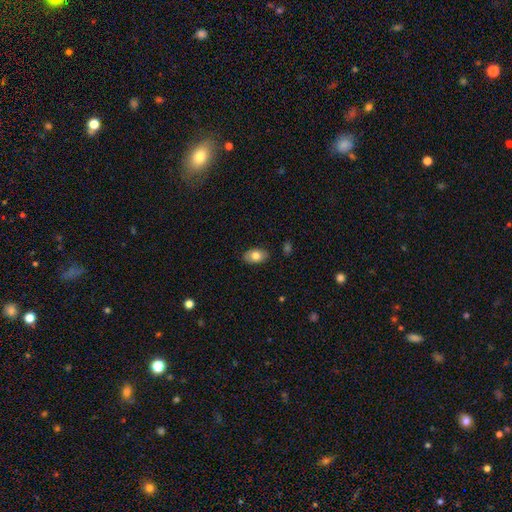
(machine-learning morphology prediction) The model was most divided on "smooth or featured": smooth: 77%, featured or disk: 17%, star or artifact: 7%. More confident: how rounded — in between (90%); merging — none (86%).